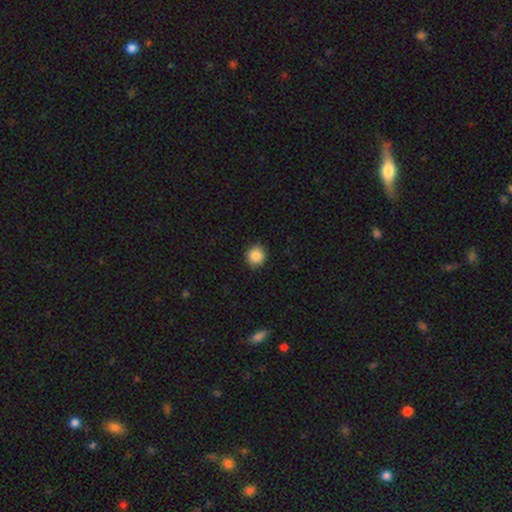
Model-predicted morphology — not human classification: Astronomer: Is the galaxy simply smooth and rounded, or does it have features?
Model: smooth — 86%.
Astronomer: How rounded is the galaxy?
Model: round — 88%.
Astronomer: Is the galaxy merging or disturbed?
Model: none — 91%.